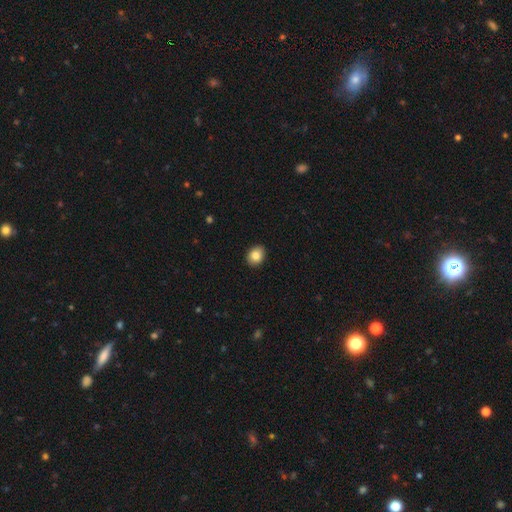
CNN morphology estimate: smooth-or-featured: smooth: 85% | star or artifact: 8% | featured or disk: 7%
  how-rounded: in between: 50% | round: 49% | cigar-shaped: 1%
  merging: none: 90% | minor disturbance: 7% | major disturbance: 2% | merger: 1%